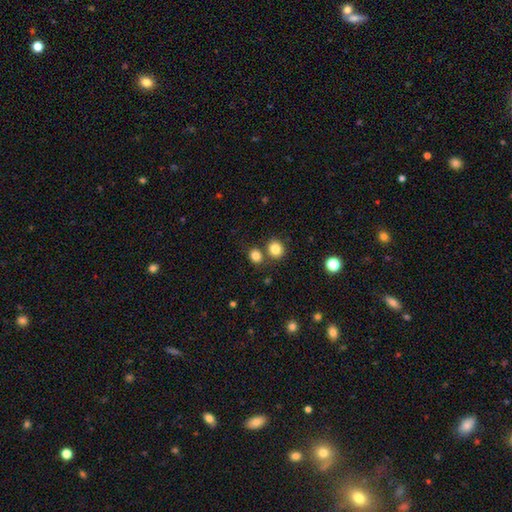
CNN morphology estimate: This appears to be a smooth galaxy with no disk features (82%) that is round (66%). Merging: none (67%).